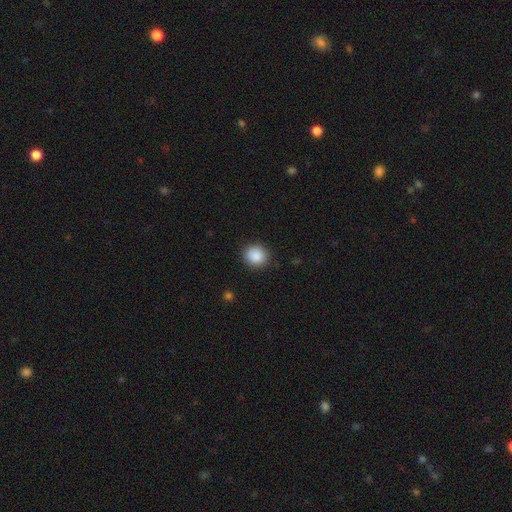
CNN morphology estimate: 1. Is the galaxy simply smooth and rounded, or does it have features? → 88% smooth, 9% star or artifact, 3% featured or disk.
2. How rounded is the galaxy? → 85% round, 14% in between, 1% cigar-shaped.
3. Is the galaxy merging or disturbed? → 88% none, 8% minor disturbance, 2% major disturbance, 1% merger.